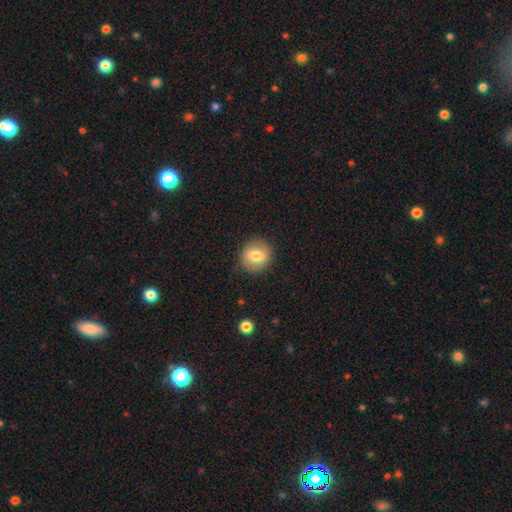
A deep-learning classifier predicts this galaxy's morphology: This is likely a smooth galaxy (75%). How rounded: clearly round (83%). Merging: clearly none (88%).